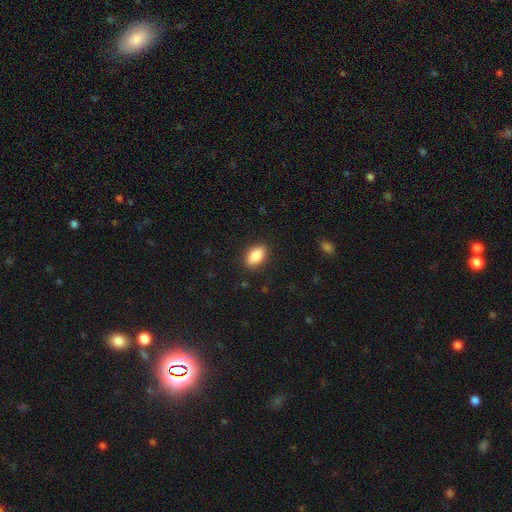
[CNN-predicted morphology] smooth 87%, star or artifact 7%, featured or disk 6%. Down the decision tree: how rounded — in between (91%); merging — none (88%).